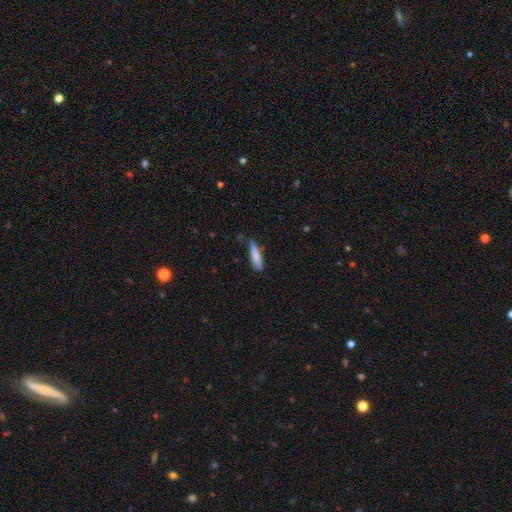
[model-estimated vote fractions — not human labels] The model was most divided on "merging": none: 57%, minor disturbance: 32%, major disturbance: 7%, merger: 4%. More confident: smooth or featured — smooth (80%); how rounded — cigar-shaped (76%).